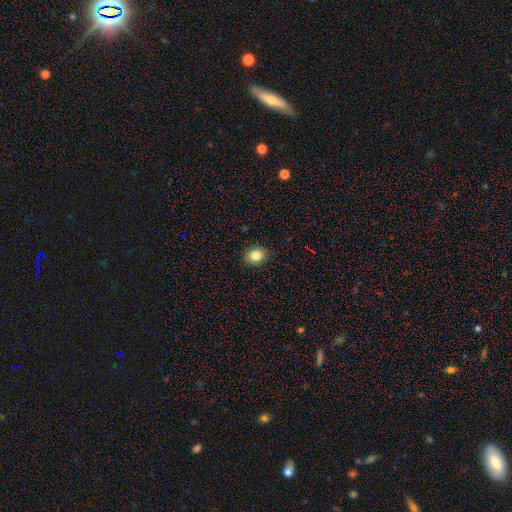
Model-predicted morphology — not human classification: A smooth galaxy with no disk features (83%) that is round (55%).

Vote fractions:
- Smooth or featured? smooth: 83% / star or artifact: 10% / featured or disk: 7%
- How rounded? round: 55% / in between: 44% / cigar-shaped: 1%
- Merging? none: 90% / minor disturbance: 7% / major disturbance: 2% / merger: 1%